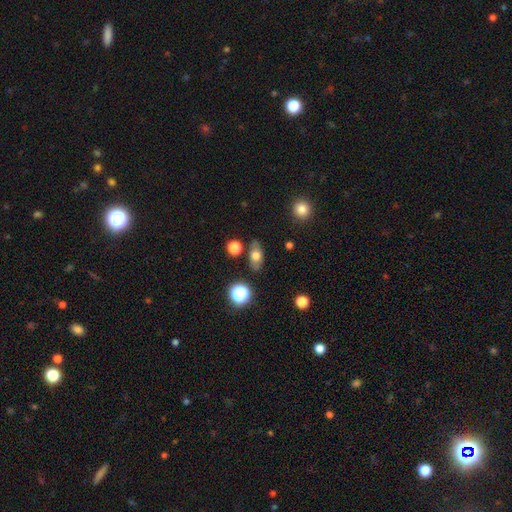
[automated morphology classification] Smooth or featured: smooth — 67% (featured or disk — 22%)
How rounded: in between — 80% (round — 14%)
Merging: none — 80% (minor disturbance — 13%)